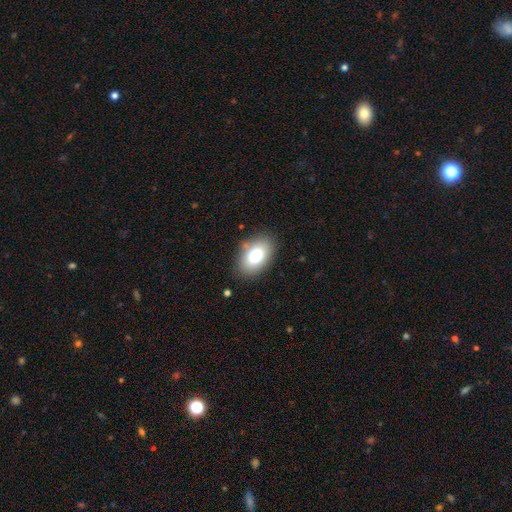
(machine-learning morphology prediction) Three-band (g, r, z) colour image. It shows a smooth galaxy with no disk features (83%) that is in between round and cigar-shaped (90%). Merging: none (83%).